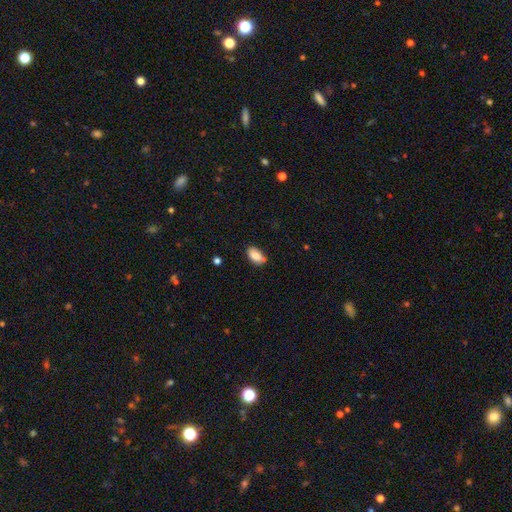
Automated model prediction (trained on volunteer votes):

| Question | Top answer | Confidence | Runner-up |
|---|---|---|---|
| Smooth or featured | smooth | 87% | star or artifact (7%) |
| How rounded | in between | 92% | round (5%) |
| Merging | none | 73% | minor disturbance (21%) |